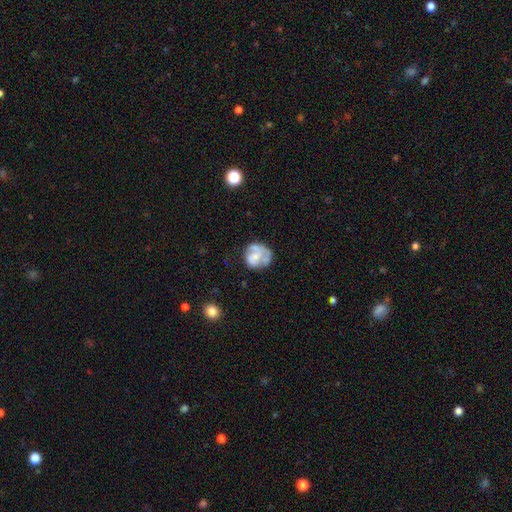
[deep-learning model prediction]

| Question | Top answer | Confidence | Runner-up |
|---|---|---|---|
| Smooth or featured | smooth | 46% | featured or disk (45%) |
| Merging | none | 45% | minor disturbance (26%) |